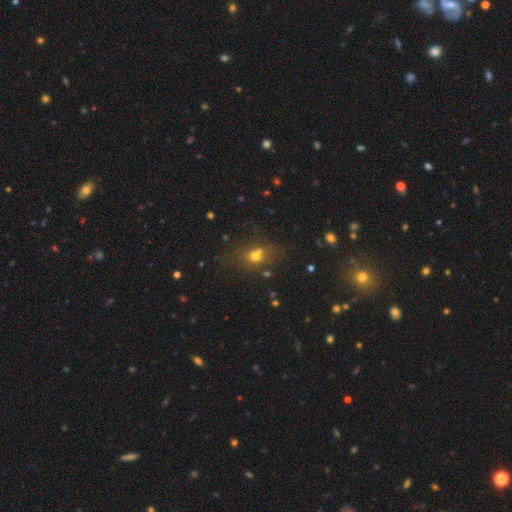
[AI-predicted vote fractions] This appears to be a smooth galaxy with no disk features (65%) that is round (60%). Merging: none (58%).